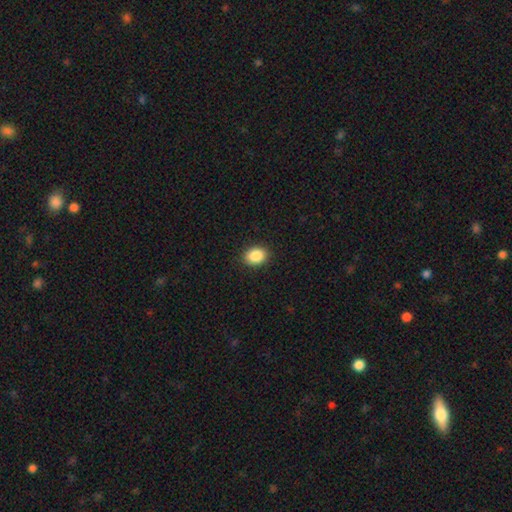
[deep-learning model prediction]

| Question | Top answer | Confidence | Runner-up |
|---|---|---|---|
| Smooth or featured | smooth | 88% | star or artifact (8%) |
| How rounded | in between | 61% | round (38%) |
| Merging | none | 90% | minor disturbance (7%) |